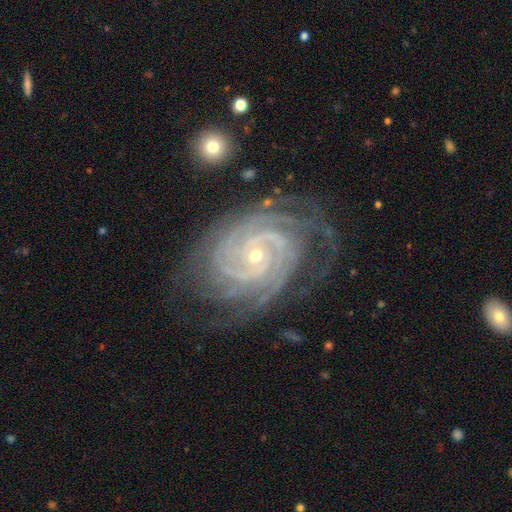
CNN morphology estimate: smooth-or-featured: featured or disk: 93% | star or artifact: 5% | smooth: 3%
  disk-edge-on: no: 97% | yes: 3%
    bar: no: 66% | weak: 23% | strong: 11%
    has-spiral-arms: yes: 99% | no: 1%
      spiral-winding: tight: 81% | medium: 17% | loose: 2%
      spiral-arm-count: 4: 23% | 3: 22% | 2: 20% | can't tell: 14% | more than 4: 12% | 1: 8%
    bulge-size: small: 63% | moderate: 34% | large: 1% | none: 1% | dominant: 1%
  merging: none: 69% | minor disturbance: 19% | major disturbance: 10% | merger: 2%